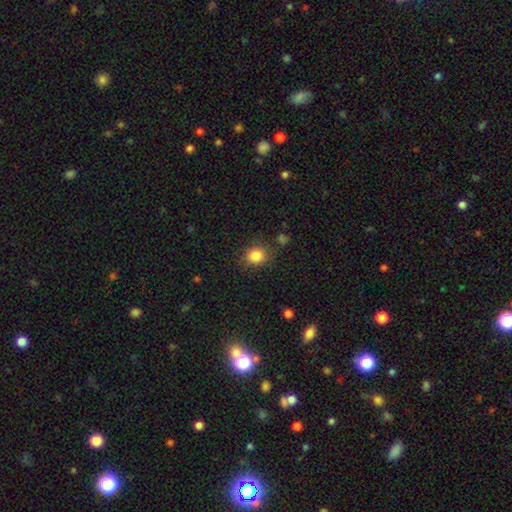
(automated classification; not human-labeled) A smooth galaxy with no disk features (85%) that is round (75%).

Vote fractions:
- Smooth or featured? smooth: 85% / star or artifact: 10% / featured or disk: 5%
- How rounded? round: 75% / in between: 24% / cigar-shaped: 1%
- Merging? none: 79% / minor disturbance: 13% / major disturbance: 4% / merger: 3%